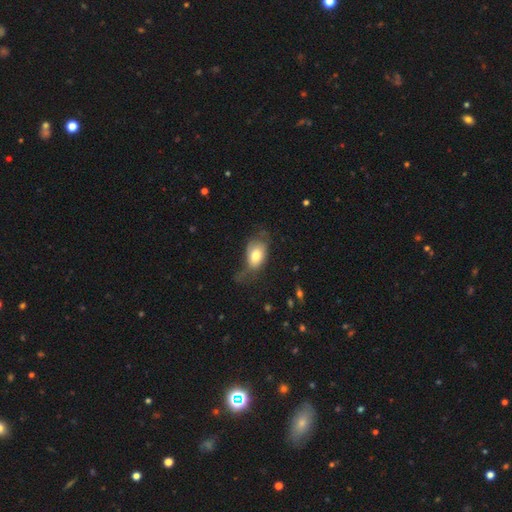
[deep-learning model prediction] Q: Smooth or featured?
A: smooth (71%); runner-up: featured or disk (22%)
Q: How rounded?
A: in between (85%); runner-up: round (13%)
Q: Merging?
A: minor disturbance (33%); runner-up: none (32%)